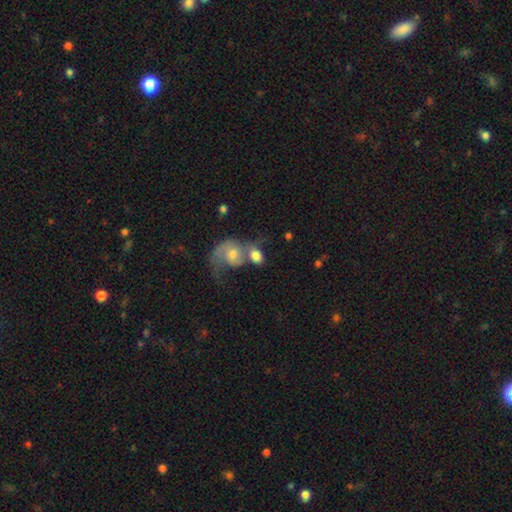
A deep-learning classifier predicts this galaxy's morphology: Overall: smooth (59%; featured or disk 33%). How rounded: in between (57%; round 41%). Merging: merger (61%).